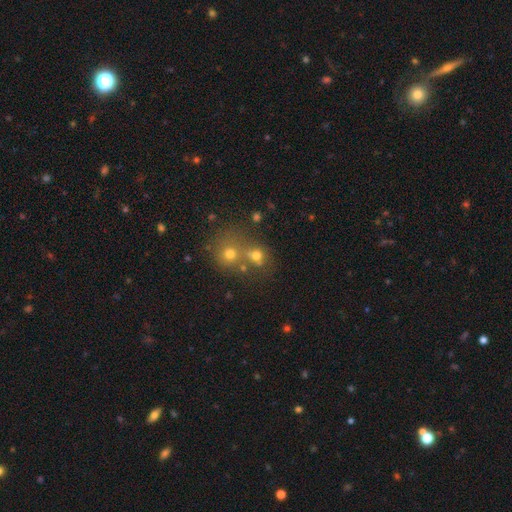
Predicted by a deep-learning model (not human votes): Overall: smooth (62%). How rounded: round (77%). Merging: merger (51%; none 38%).